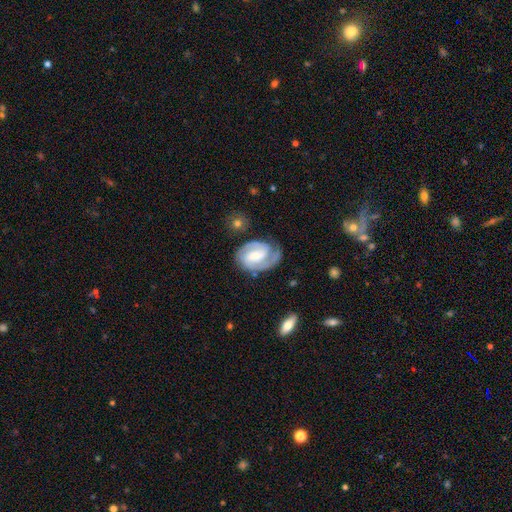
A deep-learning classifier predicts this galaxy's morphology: This appears to be a featured or disk galaxy (83%) with a weak bar (49%), 2 (74%) tight (50%) spiral arms (95%) and a moderate central bulge (40%). Merging: none (67%).